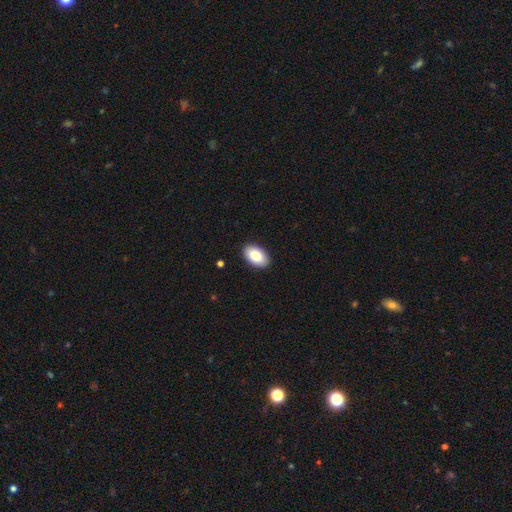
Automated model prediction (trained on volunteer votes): Smooth or featured: smooth — 83% (featured or disk — 10%)
How rounded: in between — 93% (round — 6%)
Merging: none — 91% (minor disturbance — 7%)